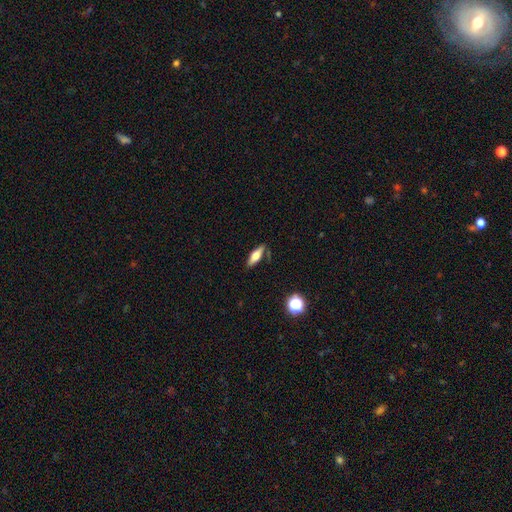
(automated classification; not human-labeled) Smooth or featured?
  - smooth: 55% *
  - featured or disk: 36%
  - star or artifact: 8%
How rounded?
  - in between: 53% *
  - cigar-shaped: 44%
  - round: 3%
Merging?
  - none: 79% *
  - minor disturbance: 14%
  - major disturbance: 4%
  - merger: 3%